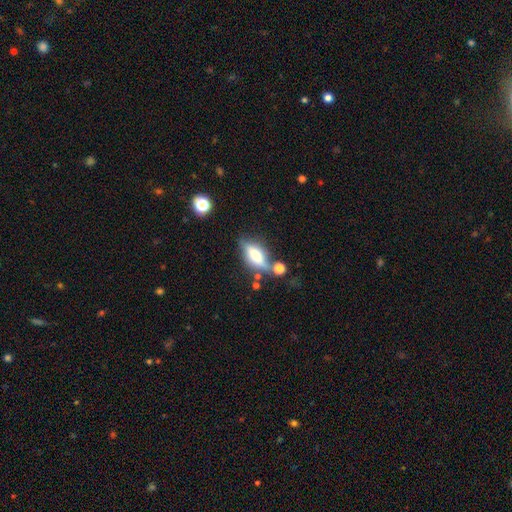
Morphology: type=featured or disk (56%); edge-on=yes (73%); edge-on bulge=rounded (88%); merging=none (59%).